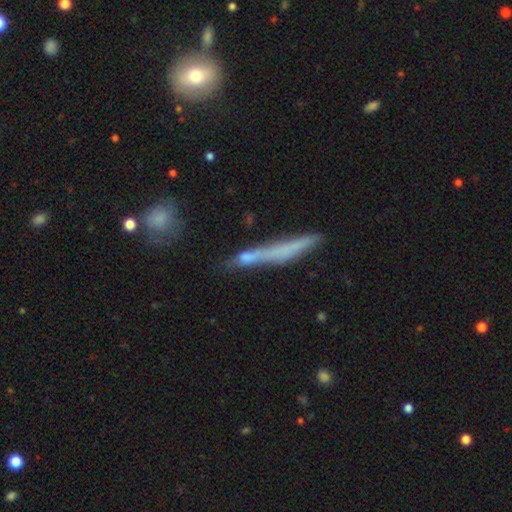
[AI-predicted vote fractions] This appears to be a smooth galaxy with no disk features (51%) that is cigar-shaped (93%). Merging: none (55%).